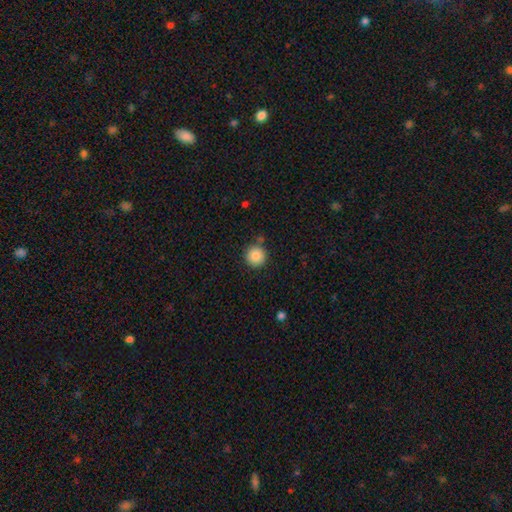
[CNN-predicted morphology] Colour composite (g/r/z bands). It shows a smooth galaxy with no disk features (87%) that is round (95%). Merging: none (85%).